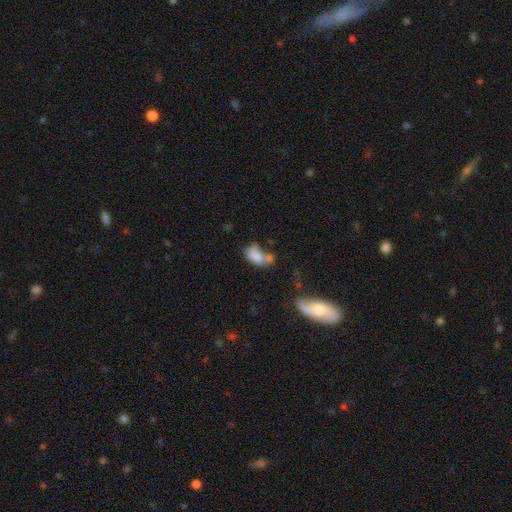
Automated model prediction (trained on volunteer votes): Smooth or featured? Predicted: smooth (p=0.77). How rounded? Predicted: in between (p=0.86). Merging? Predicted: merger (p=0.42).